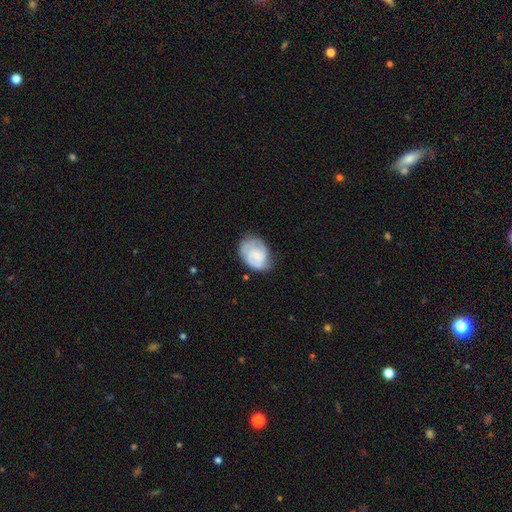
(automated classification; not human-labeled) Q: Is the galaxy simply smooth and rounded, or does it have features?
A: featured or disk — 56%.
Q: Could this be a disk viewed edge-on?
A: no — 98%.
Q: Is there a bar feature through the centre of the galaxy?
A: no — 64%.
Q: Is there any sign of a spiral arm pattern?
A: yes — 85%.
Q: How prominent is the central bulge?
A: small — 52%.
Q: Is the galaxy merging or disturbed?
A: none — 60%.